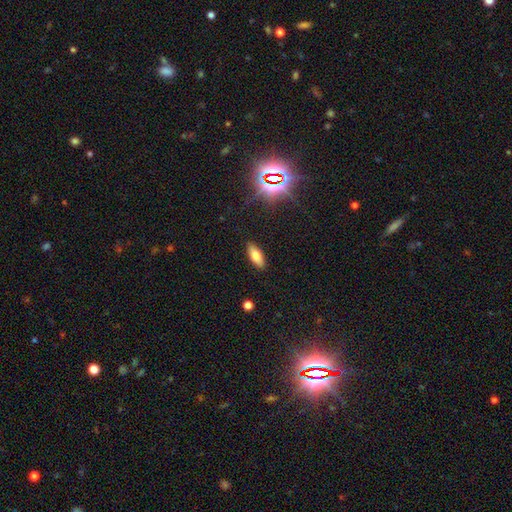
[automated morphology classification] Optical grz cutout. It shows a smooth galaxy with no disk features (73%) that is in between round and cigar-shaped (77%). Merging: none (89%).